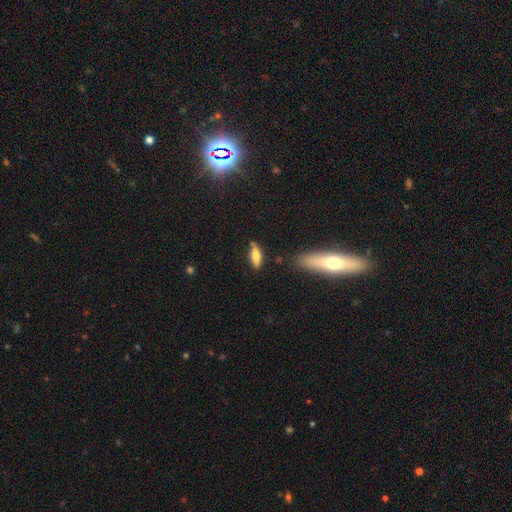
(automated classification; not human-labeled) Smooth or featured?
  - smooth: 62% *
  - featured or disk: 31%
  - star or artifact: 7%
How rounded?
  - in between: 53% *
  - cigar-shaped: 44%
  - round: 3%
Merging?
  - none: 75% *
  - minor disturbance: 17%
  - major disturbance: 4%
  - merger: 4%